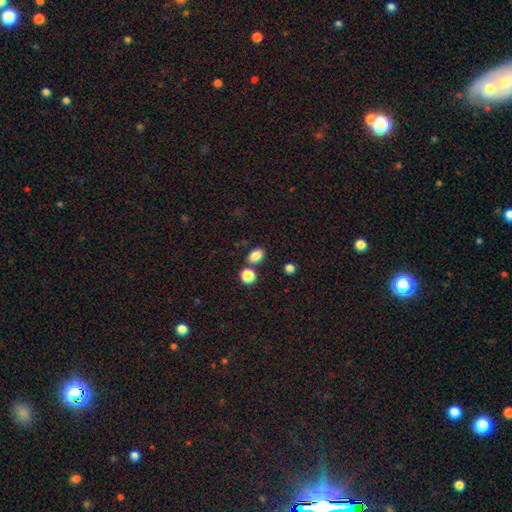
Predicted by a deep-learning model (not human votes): Smooth or featured?
  - smooth: 84% *
  - star or artifact: 11%
  - featured or disk: 5%
How rounded?
  - in between: 76% *
  - round: 23%
  - cigar-shaped: 1%
Merging?
  - none: 73% *
  - merger: 14%
  - minor disturbance: 10%
  - major disturbance: 3%